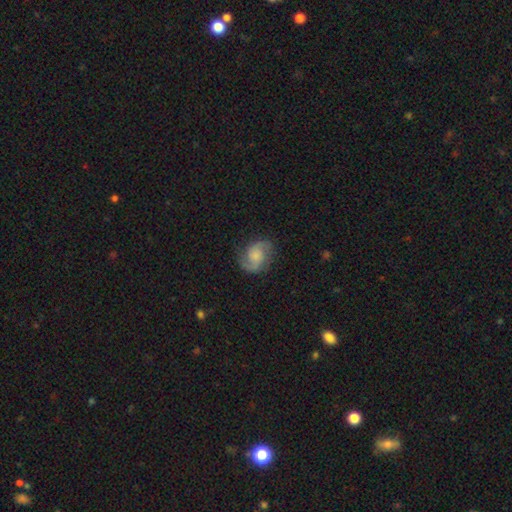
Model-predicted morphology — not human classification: smooth-or-featured: featured or disk: 78% | smooth: 16% | star or artifact: 7%
  disk-edge-on: no: 98% | yes: 2%
    bar: no: 63% | weak: 32% | strong: 5%
    has-spiral-arms: yes: 96% | no: 4%
      spiral-winding: medium: 53% | loose: 27% | tight: 20%
      spiral-arm-count: 2: 91% | can't tell: 3% | 1: 2% | 3: 1% | 4: 1% | more than 4: 1%
    bulge-size: moderate: 31% | small: 29% | none: 26% | large: 13% | dominant: 2%
  merging: none: 77% | minor disturbance: 15% | major disturbance: 6% | merger: 1%